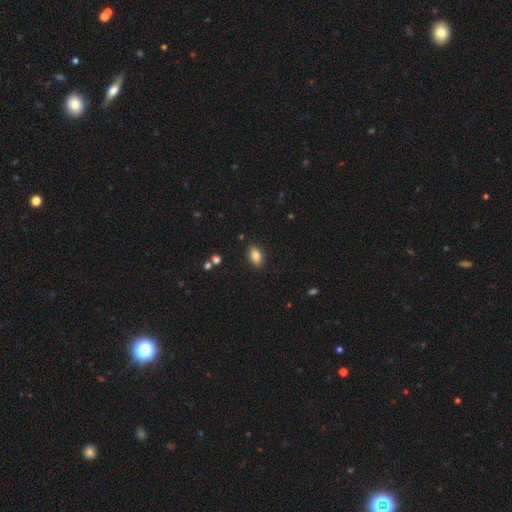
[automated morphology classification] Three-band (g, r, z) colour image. It shows a smooth galaxy with no disk features (84%) that is in between round and cigar-shaped (90%). Merging: none (88%).